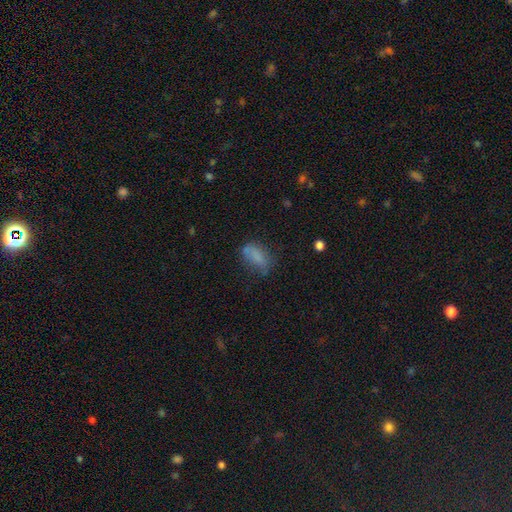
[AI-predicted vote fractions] A smooth galaxy with no disk features (74%) that is in between round and cigar-shaped (82%). Merging: none (50%).